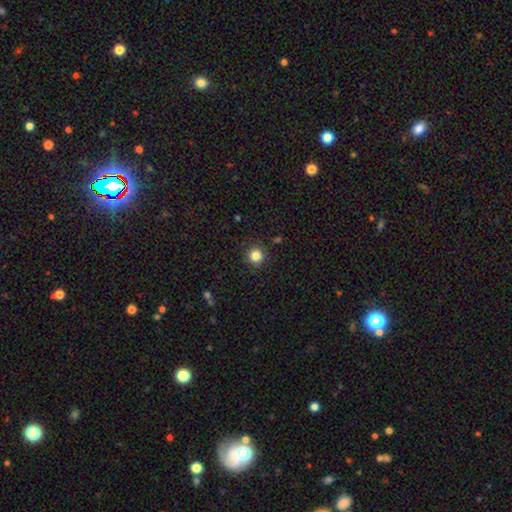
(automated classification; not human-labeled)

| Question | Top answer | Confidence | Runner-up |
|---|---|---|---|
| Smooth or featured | smooth | 84% | star or artifact (11%) |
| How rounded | round | 94% | in between (5%) |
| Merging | none | 92% | minor disturbance (5%) |